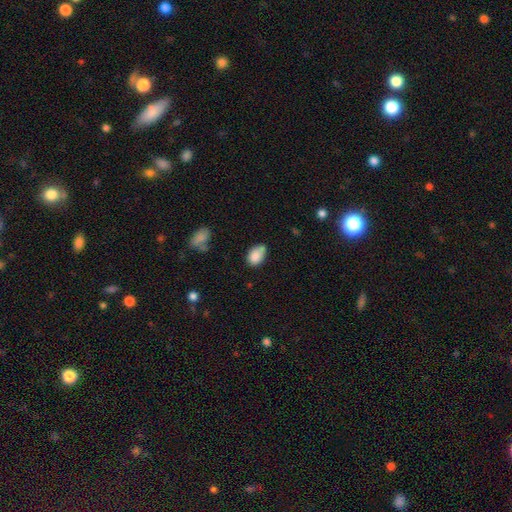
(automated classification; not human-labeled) Smooth or featured?
  - smooth: 86% *
  - star or artifact: 8%
  - featured or disk: 6%
How rounded?
  - in between: 88% *
  - round: 11%
  - cigar-shaped: 1%
Merging?
  - none: 52% *
  - minor disturbance: 36%
  - major disturbance: 7%
  - merger: 5%